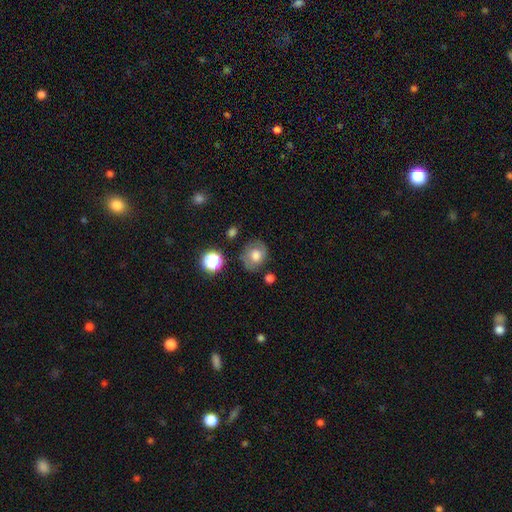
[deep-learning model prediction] Morphology: type=smooth (56%); roundness=round (65%); merging=none (68%).